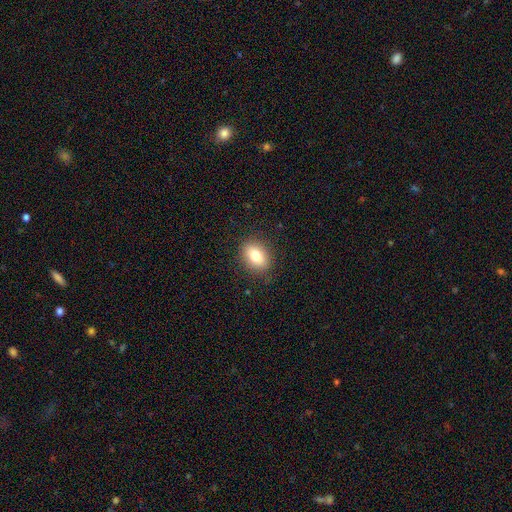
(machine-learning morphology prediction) Smooth or featured: smooth — 80% (featured or disk — 11%)
How rounded: in between — 75% (round — 24%)
Merging: none — 85% (minor disturbance — 11%)